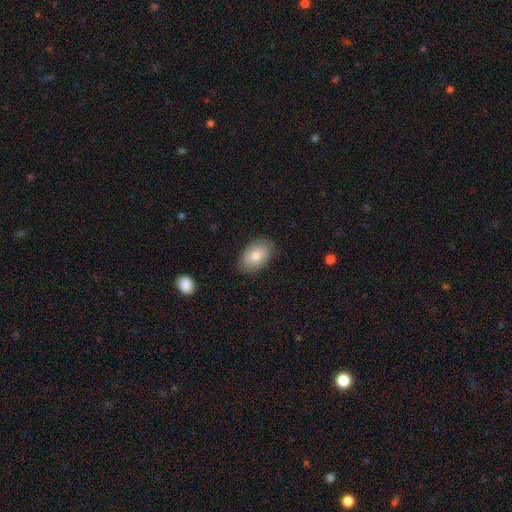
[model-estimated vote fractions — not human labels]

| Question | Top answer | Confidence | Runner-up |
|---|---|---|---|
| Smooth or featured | smooth | 78% | featured or disk (15%) |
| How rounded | in between | 89% | round (10%) |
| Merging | none | 85% | minor disturbance (11%) |